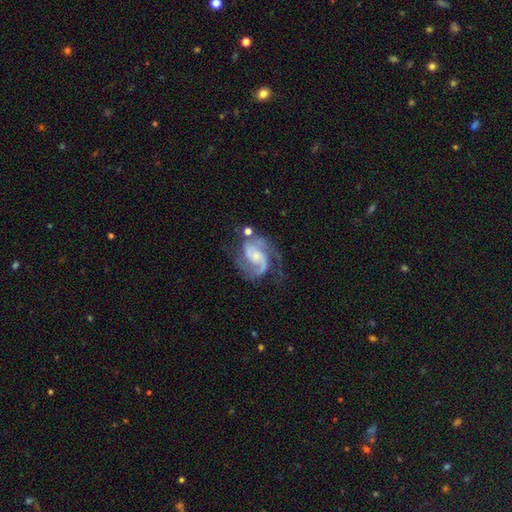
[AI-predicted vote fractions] A featured or disk galaxy (90%) with no bar (52%), 2 (83%) medium (56%) spiral arms (98%) and a small central bulge (59%). Merging: none (58%).